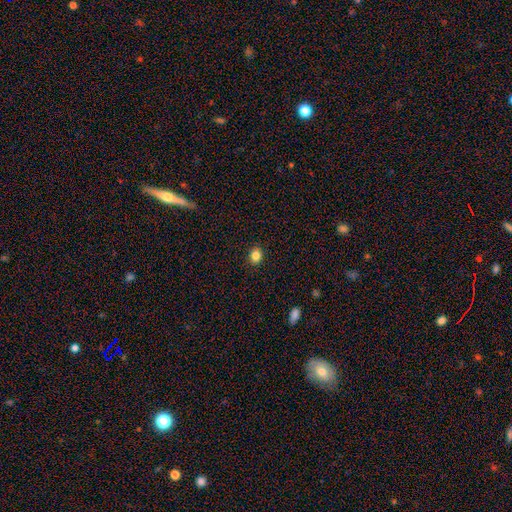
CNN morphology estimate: This appears to be a smooth galaxy with no disk features (84%) that is round (57%). Merging: none (90%).